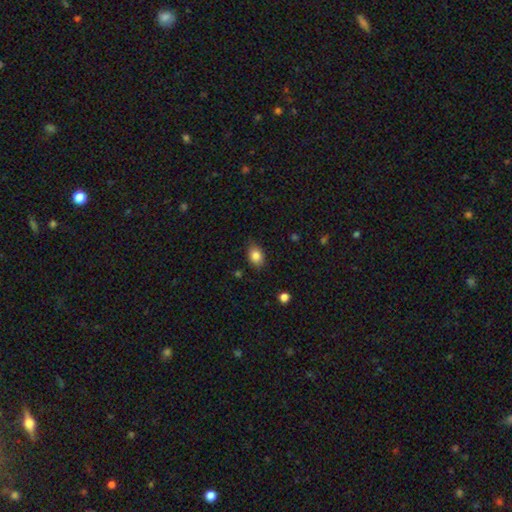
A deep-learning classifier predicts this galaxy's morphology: This is clearly a smooth galaxy (84%). How rounded: likely in between (76%). Merging: likely none (79%).